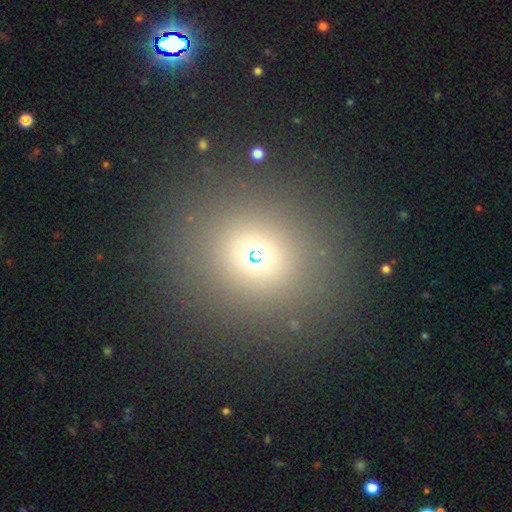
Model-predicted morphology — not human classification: Smooth or featured? Predicted: smooth (p=0.64). How rounded? Predicted: round (p=0.80). Merging? Predicted: none (p=0.82).